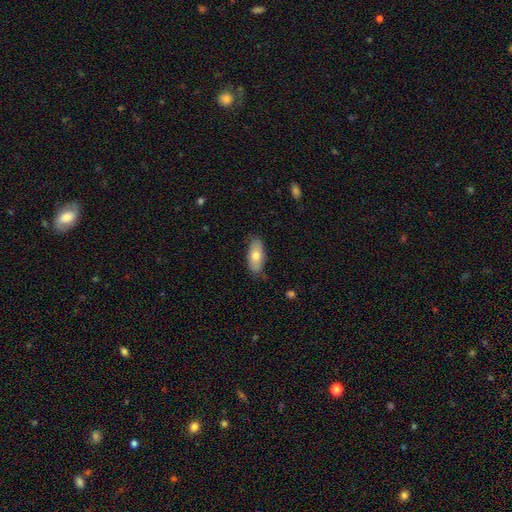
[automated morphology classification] This appears to be a smooth galaxy with no disk features (72%) that is in between round and cigar-shaped (84%). Merging: none (83%).